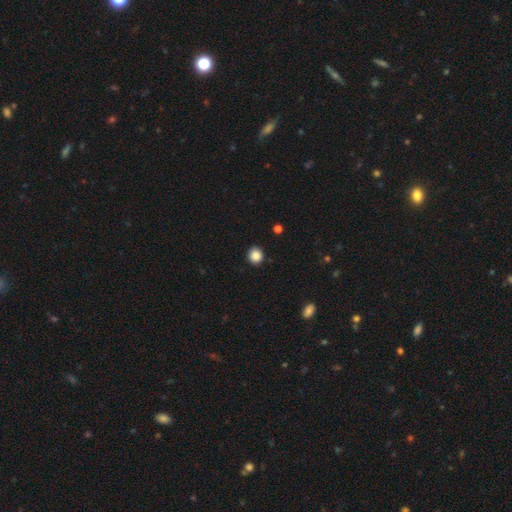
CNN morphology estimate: Q: Smooth or featured?
A: smooth (87%); runner-up: star or artifact (10%)
Q: How rounded?
A: round (87%); runner-up: in between (12%)
Q: Merging?
A: none (90%); runner-up: minor disturbance (7%)